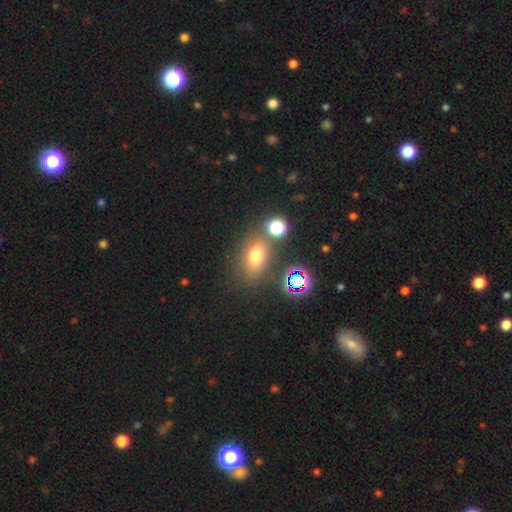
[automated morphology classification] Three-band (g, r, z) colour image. It shows a smooth galaxy with no disk features (65%) that is in between round and cigar-shaped (69%). Merging: none (71%).